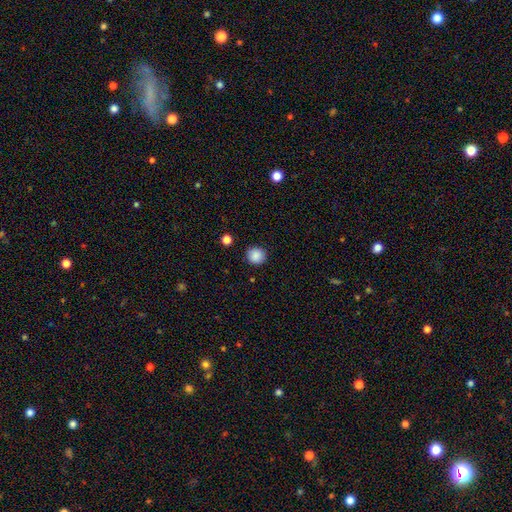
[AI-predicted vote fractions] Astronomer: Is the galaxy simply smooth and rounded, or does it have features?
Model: smooth — 88%.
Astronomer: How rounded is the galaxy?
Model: round — 92%.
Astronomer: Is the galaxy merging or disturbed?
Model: none — 90%.